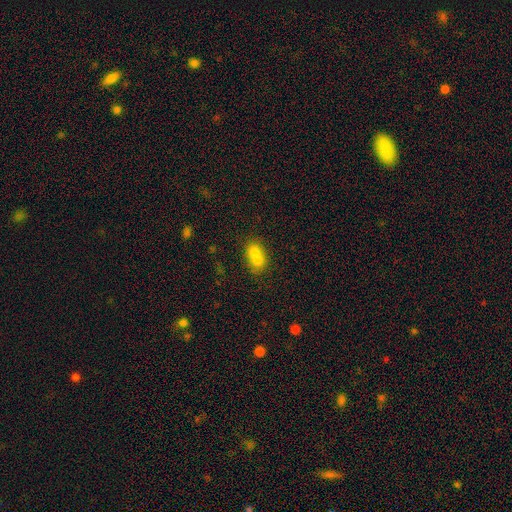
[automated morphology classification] The model was most divided on "how rounded": in between: 60%, round: 38%, cigar-shaped: 2%. More confident: smooth or featured — smooth (72%); merging — merger (65%).